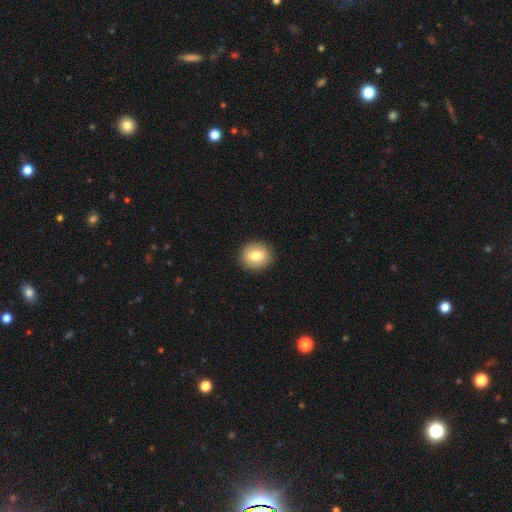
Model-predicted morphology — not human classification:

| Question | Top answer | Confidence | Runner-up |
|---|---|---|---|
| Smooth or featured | smooth | 79% | featured or disk (13%) |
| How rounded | round | 81% | in between (18%) |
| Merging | none | 91% | minor disturbance (6%) |